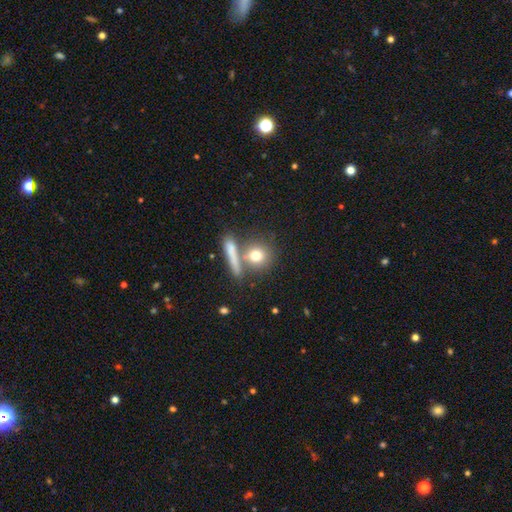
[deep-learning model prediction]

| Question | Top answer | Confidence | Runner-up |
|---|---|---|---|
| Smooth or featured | smooth | 76% | featured or disk (15%) |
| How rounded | round | 78% | in between (14%) |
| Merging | none | 61% | merger (24%) |